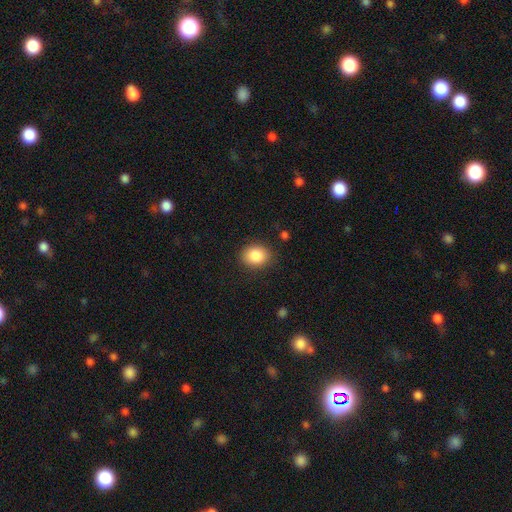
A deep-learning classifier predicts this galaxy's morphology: Q: Smooth or featured?
A: smooth (86%); runner-up: star or artifact (9%)
Q: How rounded?
A: round (54%); runner-up: in between (45%)
Q: Merging?
A: none (86%); runner-up: minor disturbance (9%)